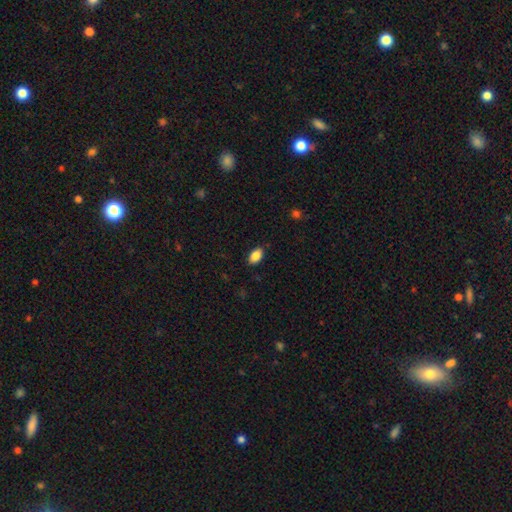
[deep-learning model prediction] Smooth or featured? Predicted: smooth (p=0.88). How rounded? Predicted: in between (p=0.92). Merging? Predicted: none (p=0.87).